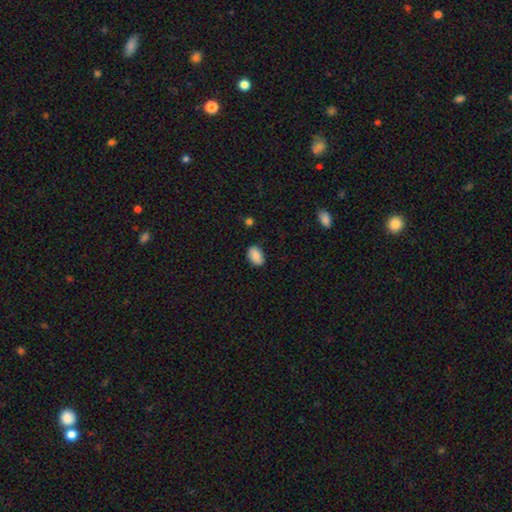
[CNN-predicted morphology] Smooth or featured: smooth — 85% (featured or disk — 8%)
How rounded: in between — 88% (round — 11%)
Merging: none — 82% (minor disturbance — 14%)